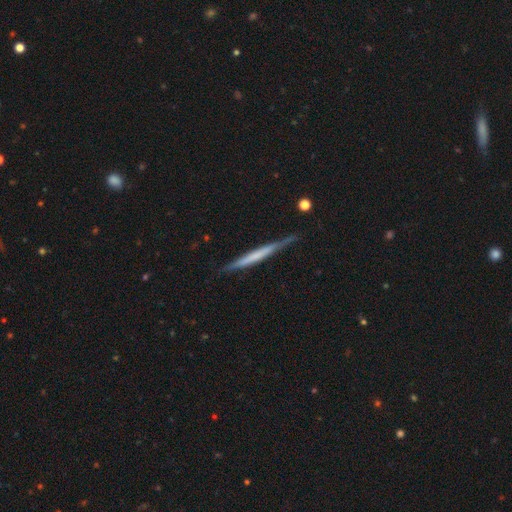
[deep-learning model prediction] Smooth or featured: featured or disk — 54% (smooth — 40%)
Edge-on disk: yes — 96% (no — 4%)
Edge-on bulge: none — 80% (boxy — 11%)
Merging: none — 81% (minor disturbance — 15%)